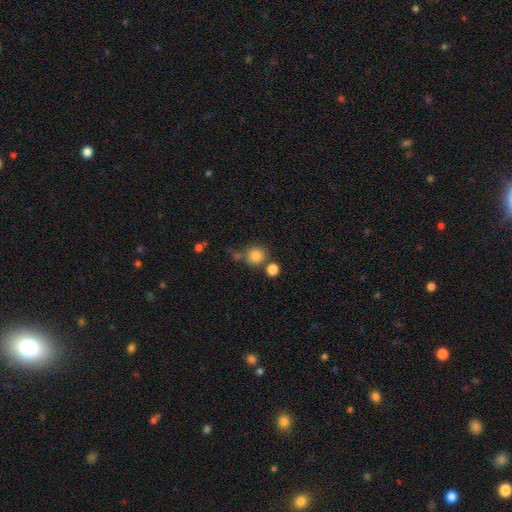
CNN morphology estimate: Overall: smooth (82%). How rounded: round (89%). Merging: none (66%).